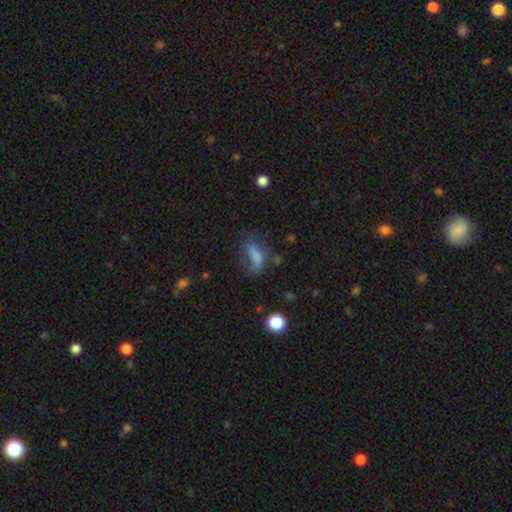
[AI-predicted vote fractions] This is likely a smooth galaxy (61%). How rounded: likely in between (70%). Merging: marginally major disturbance (36%).